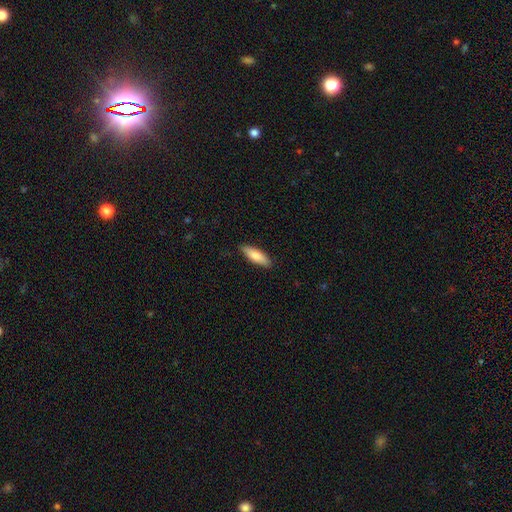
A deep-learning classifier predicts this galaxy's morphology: Smooth or featured: smooth — 81% (featured or disk — 13%)
How rounded: in between — 50% (cigar-shaped — 48%)
Merging: none — 85% (minor disturbance — 12%)